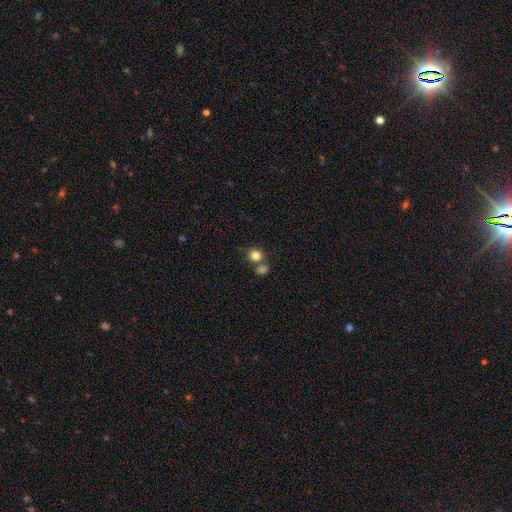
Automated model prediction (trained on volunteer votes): smooth 83%, star or artifact 11%, featured or disk 6%. Down the decision tree: how rounded — round (72%); merging — none (57%).